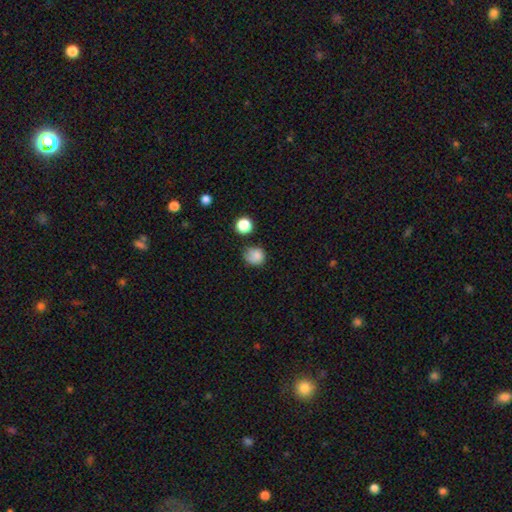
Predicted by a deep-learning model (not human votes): Smooth or featured: smooth — 82% (star or artifact — 11%)
How rounded: round — 78% (in between — 21%)
Merging: none — 58% (minor disturbance — 28%)